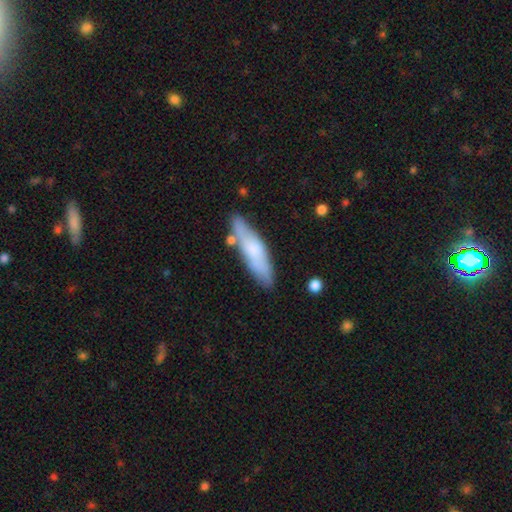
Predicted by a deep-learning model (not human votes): Smooth or featured: smooth — 62% (featured or disk — 31%)
How rounded: cigar-shaped — 71% (in between — 28%)
Merging: none — 76% (minor disturbance — 16%)